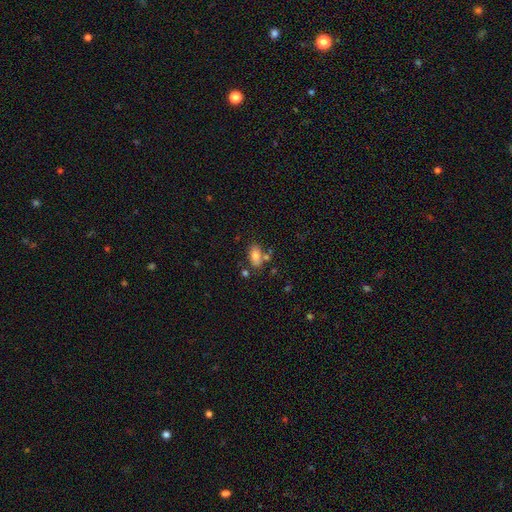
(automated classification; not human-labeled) A smooth galaxy with no disk features (79%) that is in between round and cigar-shaped (90%). Merging: none (68%).